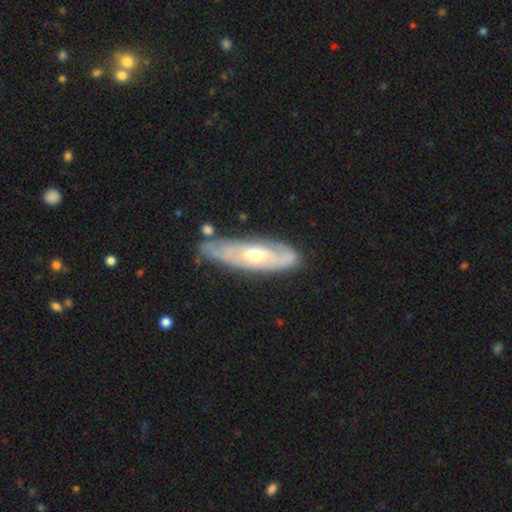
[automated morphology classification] A featured or disk galaxy (72%) with no bar (68%), spiral arms (68%) and a moderate central bulge (70%).

Vote fractions:
- Smooth or featured? featured or disk: 72% / smooth: 23% / star or artifact: 5%
- Edge-on disk? no: 74% / yes: 26%
- Bar? no: 68% / weak: 26% / strong: 7%
- Spiral arms? yes: 68% / no: 32%
- Bulge size? moderate: 70% / small: 21% / large: 7% / none: 1% / dominant: 1%
- Merging? none: 69% / minor disturbance: 22% / major disturbance: 6% / merger: 4%